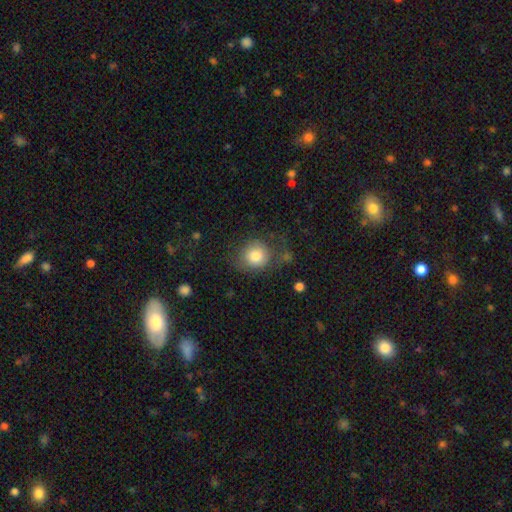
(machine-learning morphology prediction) A smooth galaxy with no disk features (80%) that is round (82%). Merging: none (62%).